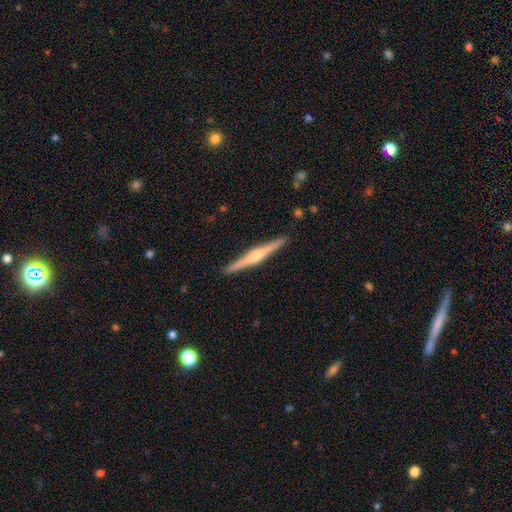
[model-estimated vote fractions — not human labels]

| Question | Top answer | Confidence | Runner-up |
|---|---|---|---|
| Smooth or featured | featured or disk | 76% | smooth (19%) |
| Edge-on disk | yes | 98% | no (2%) |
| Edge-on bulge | rounded | 87% | boxy (7%) |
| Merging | none | 92% | minor disturbance (6%) |